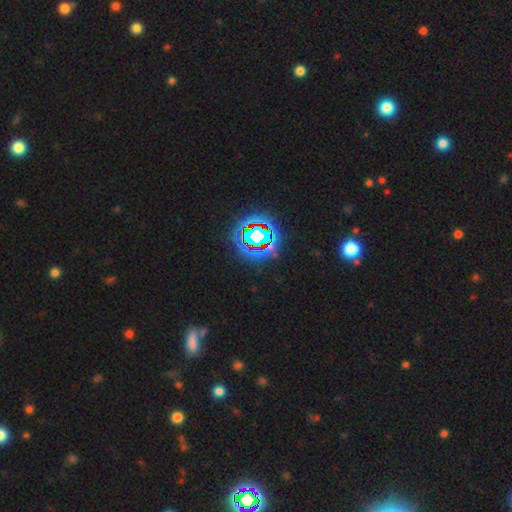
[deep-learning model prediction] Smooth or featured: star or artifact — 74% (smooth — 16%)